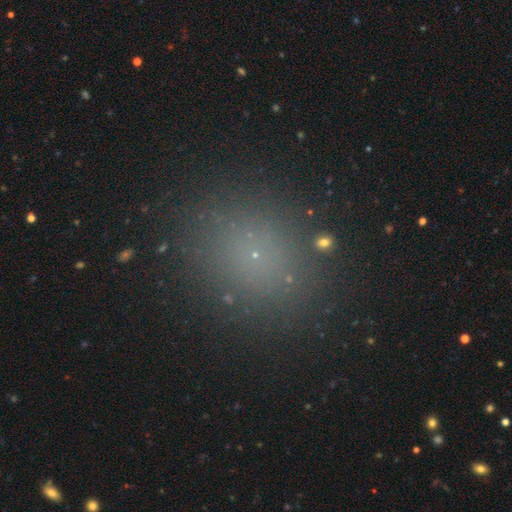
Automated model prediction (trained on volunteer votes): This is likely a smooth galaxy (65%). How rounded: likely round (66%). Merging: clearly none (88%).